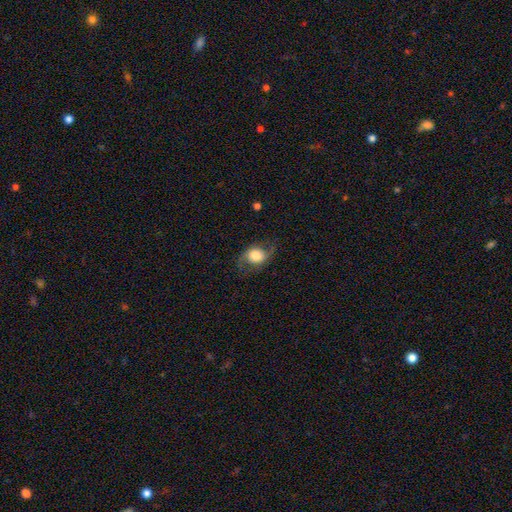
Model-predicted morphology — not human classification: smooth_or_featured: smooth (p=0.54) [alt: featured or disk p=0.37]
how_rounded: round (p=0.53) [alt: in between p=0.46]
merging: none (p=0.65) [alt: minor disturbance p=0.20]